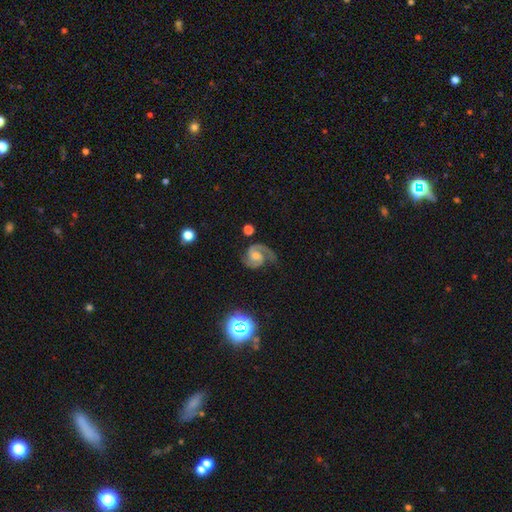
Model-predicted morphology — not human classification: smooth_or_featured: featured or disk (p=0.87) [alt: star or artifact p=0.06]
disk_edge_on: no (p=0.98) [alt: yes p=0.02]
bar: no (p=0.53) [alt: weak p=0.38]
has_spiral_arms: yes (p=0.98) [alt: no p=0.02]
spiral_winding: medium (p=0.56) [alt: tight p=0.28]
spiral_arm_count: 2 (p=0.89) [alt: 1 p=0.05]
bulge_size: moderate (p=0.48) [alt: small p=0.37]
merging: none (p=0.69) [alt: minor disturbance p=0.19]